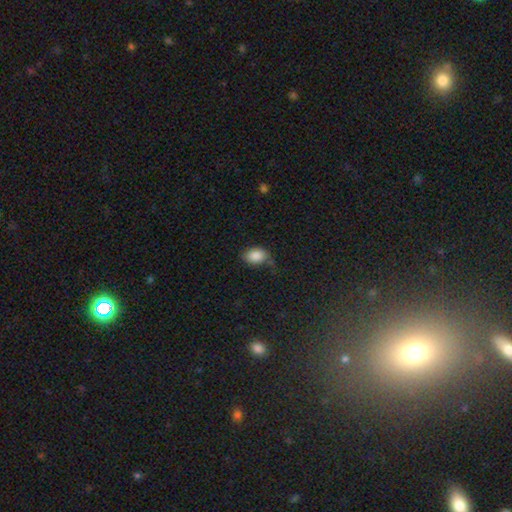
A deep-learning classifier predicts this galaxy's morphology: type=smooth (86%); roundness=in between (78%); merging=none (64%).